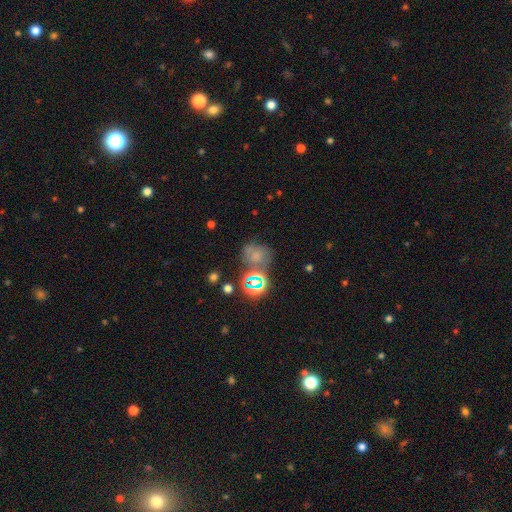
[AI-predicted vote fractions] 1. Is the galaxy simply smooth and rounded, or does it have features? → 53% smooth, 32% star or artifact, 14% featured or disk.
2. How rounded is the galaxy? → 62% round, 37% in between, 1% cigar-shaped.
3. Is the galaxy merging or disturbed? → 47% none, 20% merger, 20% minor disturbance, 13% major disturbance.